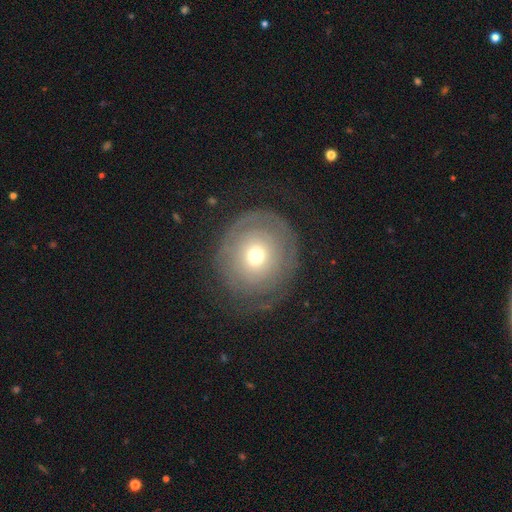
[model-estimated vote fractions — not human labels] Q: Smooth or featured?
A: featured or disk (52%); runner-up: smooth (39%)
Q: Edge-on disk?
A: no (95%); runner-up: yes (5%)
Q: Merging?
A: none (70%); runner-up: minor disturbance (16%)